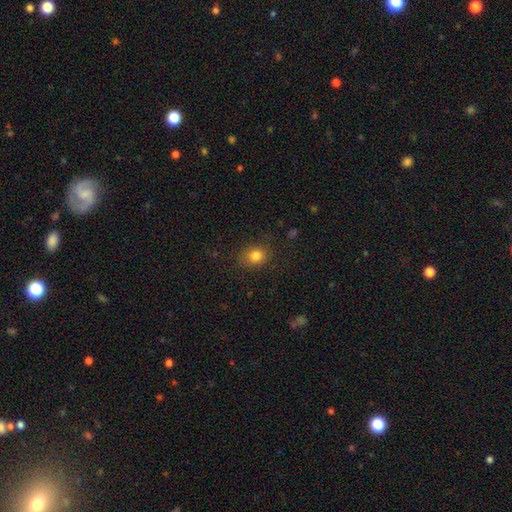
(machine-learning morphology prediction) Smooth or featured: smooth — 82% (star or artifact — 12%)
How rounded: round — 57% (in between — 42%)
Merging: none — 82% (minor disturbance — 13%)